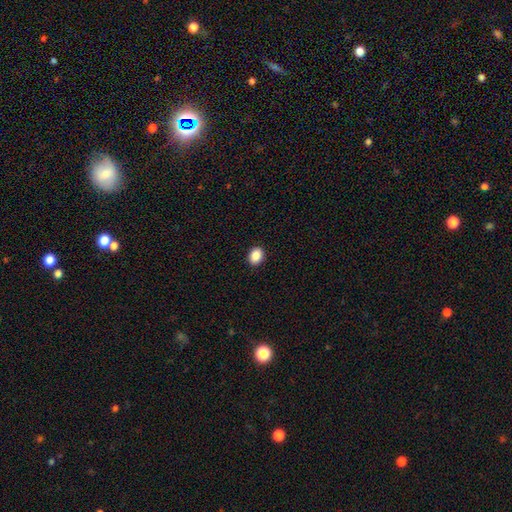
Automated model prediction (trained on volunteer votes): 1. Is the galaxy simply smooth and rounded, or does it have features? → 88% smooth, 9% star or artifact, 3% featured or disk.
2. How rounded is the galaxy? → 57% in between, 42% round, 1% cigar-shaped.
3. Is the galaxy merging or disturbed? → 92% none, 6% minor disturbance, 2% major disturbance, 1% merger.